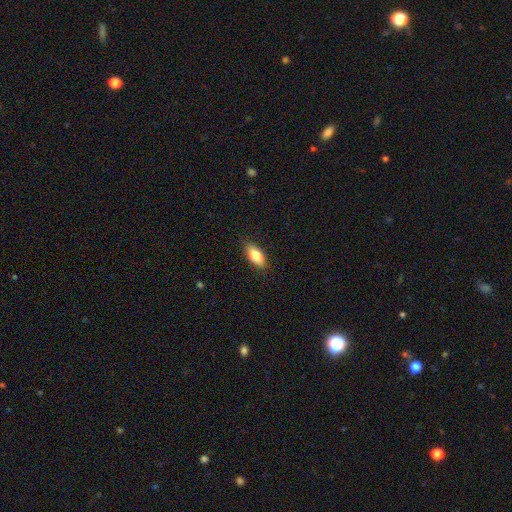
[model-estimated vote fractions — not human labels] Smooth or featured: smooth — 83% (featured or disk — 11%)
How rounded: in between — 86% (cigar-shaped — 11%)
Merging: none — 85% (minor disturbance — 11%)